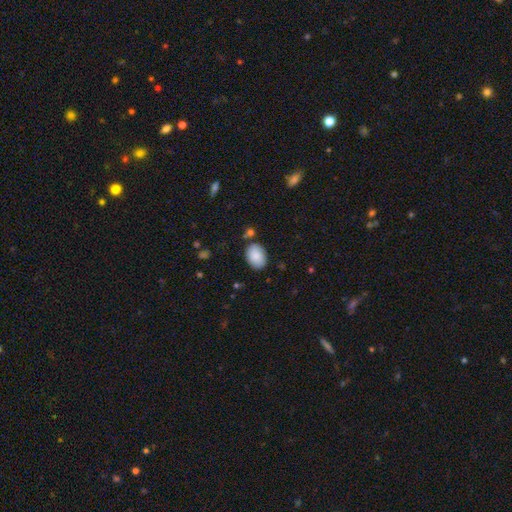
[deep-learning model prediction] Smooth or featured?
  - smooth: 87% *
  - star or artifact: 7%
  - featured or disk: 6%
How rounded?
  - in between: 82% *
  - round: 17%
  - cigar-shaped: 1%
Merging?
  - none: 79% *
  - minor disturbance: 14%
  - merger: 4%
  - major disturbance: 3%